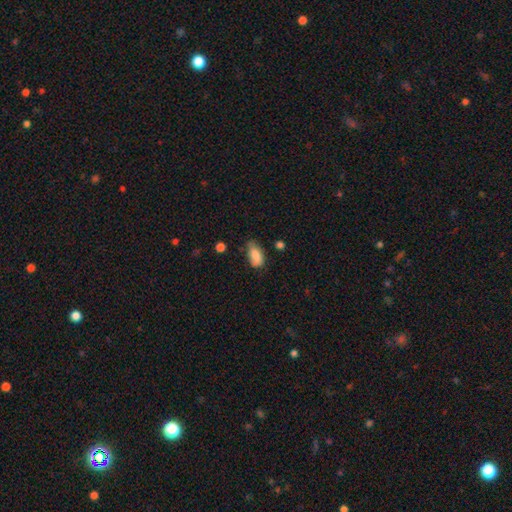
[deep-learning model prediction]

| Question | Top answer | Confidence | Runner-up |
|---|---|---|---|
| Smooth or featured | smooth | 82% | featured or disk (10%) |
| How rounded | in between | 90% | cigar-shaped (5%) |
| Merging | none | 47% | minor disturbance (38%) |